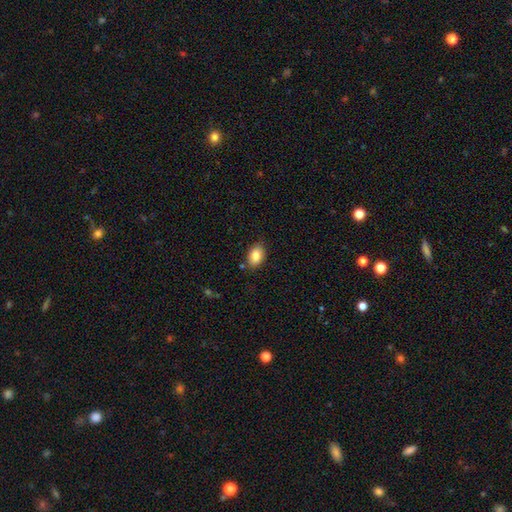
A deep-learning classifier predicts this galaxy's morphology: type=smooth (84%); roundness=in between (86%); merging=none (82%).